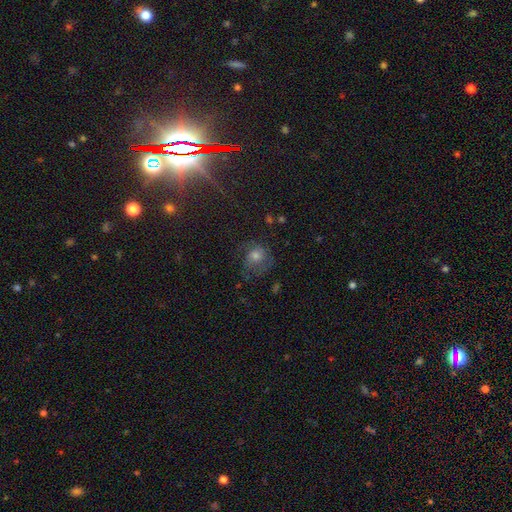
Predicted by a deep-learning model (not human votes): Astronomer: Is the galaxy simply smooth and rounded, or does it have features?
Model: featured or disk — 40% (runner-up: smooth, 35%).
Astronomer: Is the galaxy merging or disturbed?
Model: none — 61%.